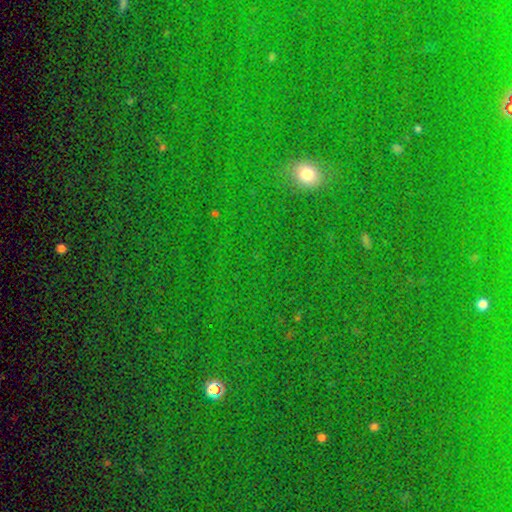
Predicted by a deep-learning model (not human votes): A star or artifact, not a galaxy (64%).

Vote fractions:
- Smooth or featured? star or artifact: 64% / smooth: 27% / featured or disk: 9%